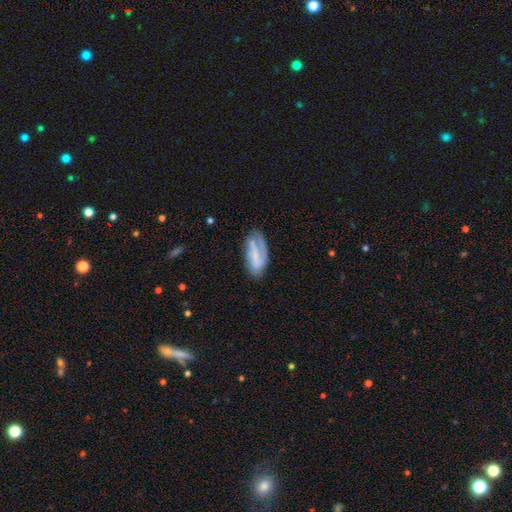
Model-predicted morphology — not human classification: Smooth or featured? featured or disk (56%)
Edge-on disk? no (93%)
Bar? no (36%, tied with weak)
Spiral arms? yes (77%)
Bulge size? none (42%)
Merging? none (57%)